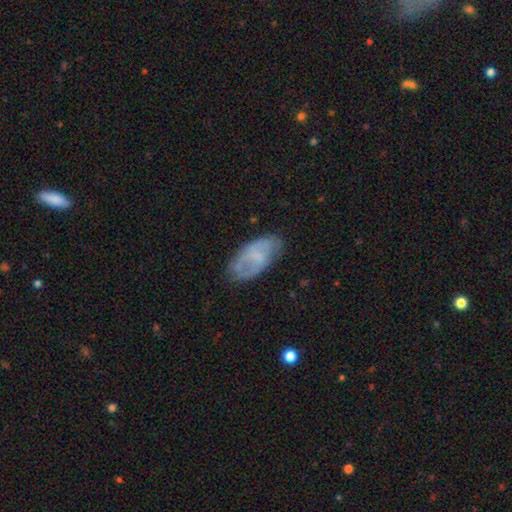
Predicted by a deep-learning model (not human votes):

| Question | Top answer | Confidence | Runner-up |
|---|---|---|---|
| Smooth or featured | smooth | 47% | featured or disk (45%) |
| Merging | none | 67% | minor disturbance (23%) |